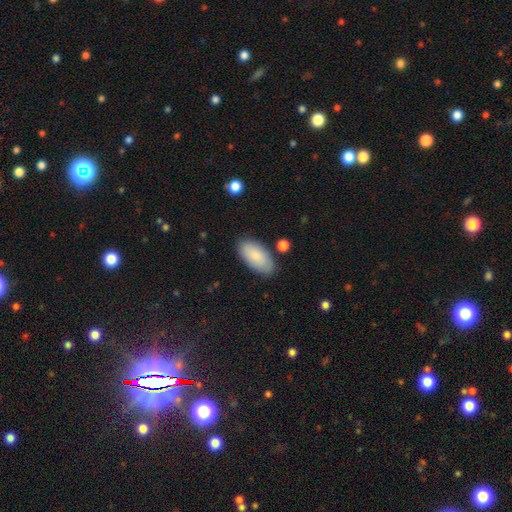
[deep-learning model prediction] Smooth or featured?
  - smooth: 85% *
  - featured or disk: 9%
  - star or artifact: 6%
How rounded?
  - in between: 94% *
  - cigar-shaped: 4%
  - round: 2%
Merging?
  - none: 82% *
  - minor disturbance: 12%
  - major disturbance: 3%
  - merger: 3%